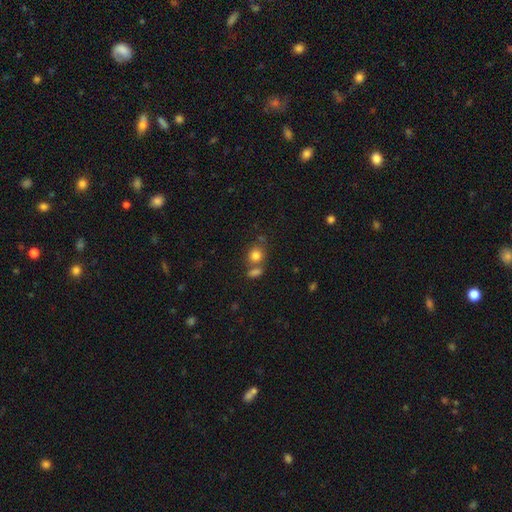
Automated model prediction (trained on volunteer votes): smooth-or-featured: smooth: 81% | star or artifact: 11% | featured or disk: 8%
  how-rounded: round: 71% | in between: 28% | cigar-shaped: 1%
  merging: none: 52% | merger: 31% | minor disturbance: 11% | major disturbance: 5%